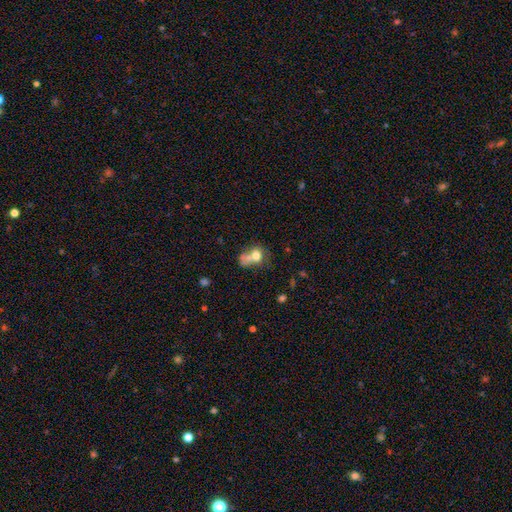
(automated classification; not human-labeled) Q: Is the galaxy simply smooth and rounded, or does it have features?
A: smooth — 65%.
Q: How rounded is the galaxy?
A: in between — 53%.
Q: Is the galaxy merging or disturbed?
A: merger — 51%.